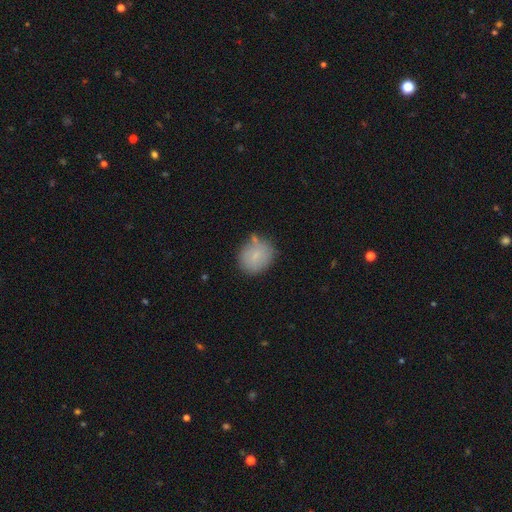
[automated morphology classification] type=smooth (81%); roundness=round (71%); merging=none (68%).